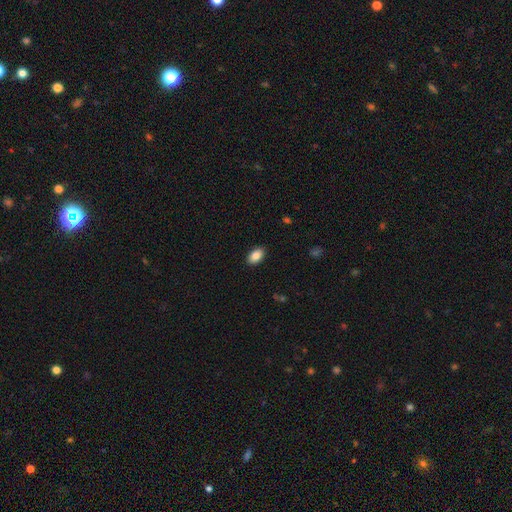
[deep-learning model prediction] Smooth or featured?
  - smooth: 87% *
  - star or artifact: 7%
  - featured or disk: 6%
How rounded?
  - in between: 93% *
  - round: 6%
  - cigar-shaped: 1%
Merging?
  - none: 90% *
  - minor disturbance: 7%
  - major disturbance: 2%
  - merger: 1%